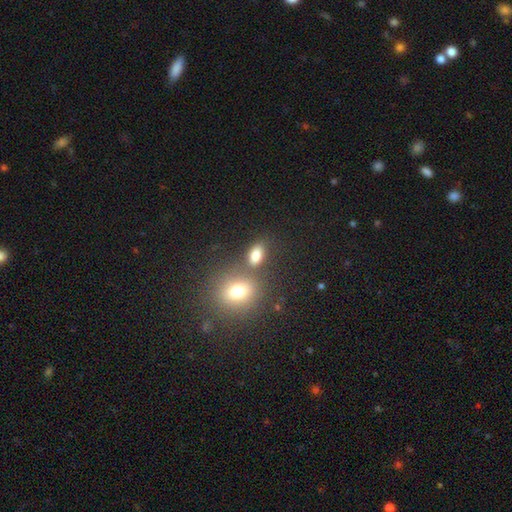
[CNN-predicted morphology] This is clearly a smooth galaxy (80%). How rounded: likely in between (79%). Merging: likely none (64%).